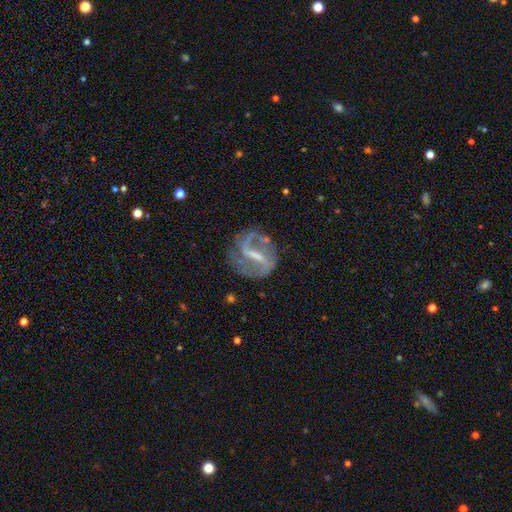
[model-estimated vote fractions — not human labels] Morphology: type=featured or disk (85%); edge-on=no (97%); bar=strong (56%); spiral arms=yes (90%); winding=medium (45%); arm count=2 (81%); bulge=small (40%); merging=none (67%).